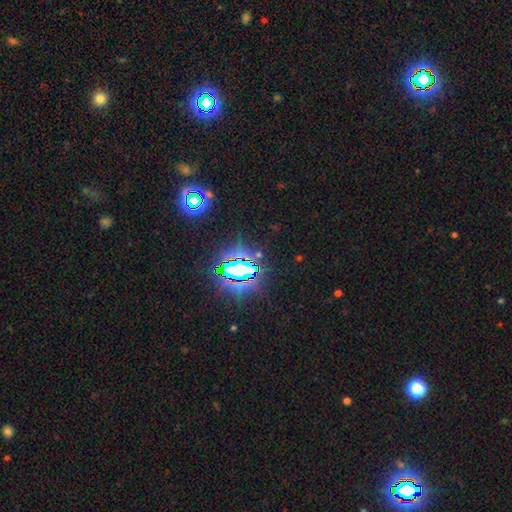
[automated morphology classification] A star or artifact, not a galaxy (81%).

Vote fractions:
- Smooth or featured? star or artifact: 81% / smooth: 11% / featured or disk: 8%